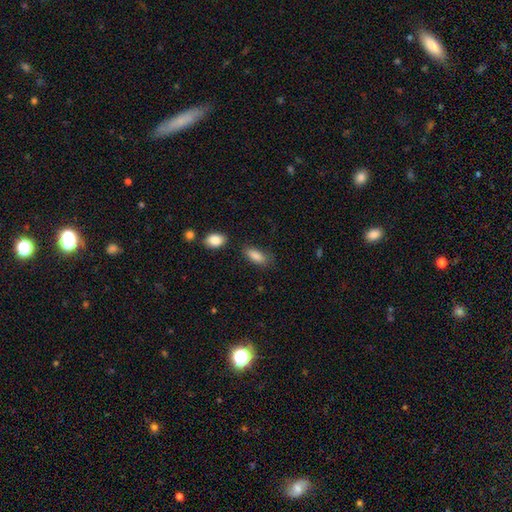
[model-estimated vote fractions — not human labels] smooth-or-featured: smooth: 85% | star or artifact: 8% | featured or disk: 6%
  how-rounded: in between: 81% | cigar-shaped: 16% | round: 3%
  merging: none: 73% | minor disturbance: 19% | major disturbance: 5% | merger: 4%